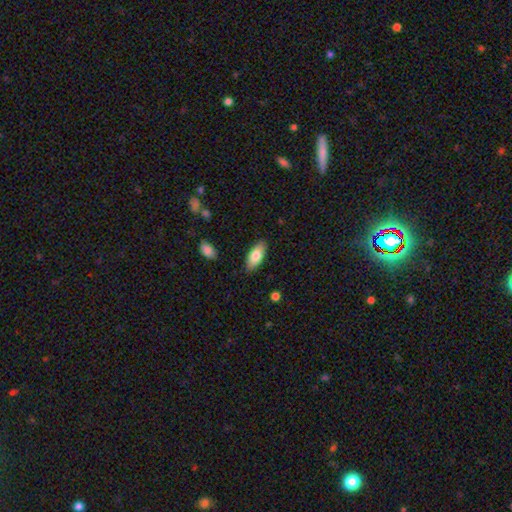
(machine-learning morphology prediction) Overall: smooth (79%). How rounded: in between (85%). Merging: none (86%).